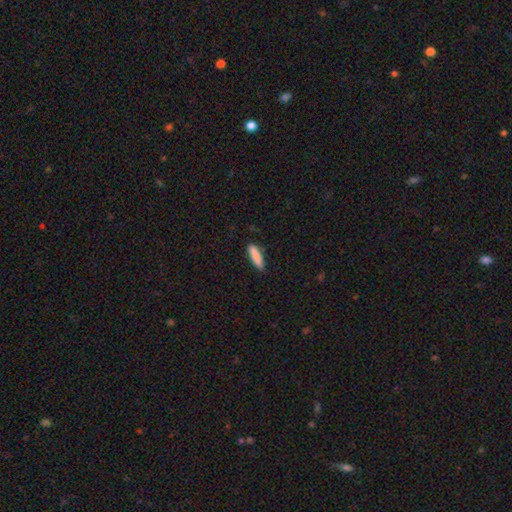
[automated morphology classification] A smooth galaxy with no disk features (87%) that is cigar-shaped (70%). Merging: none (84%).